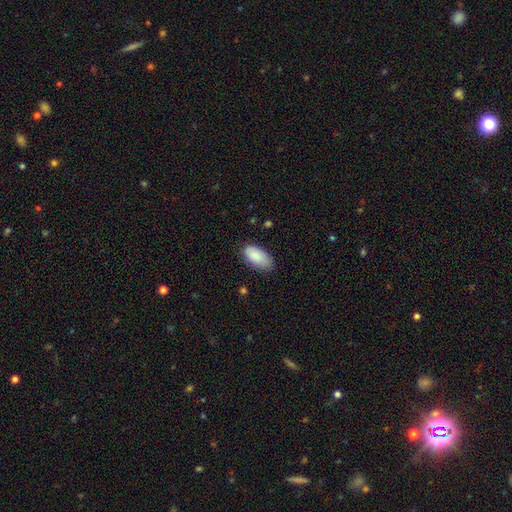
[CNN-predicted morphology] A smooth galaxy with no disk features (87%) that is in between round and cigar-shaped (94%). Merging: none (70%).